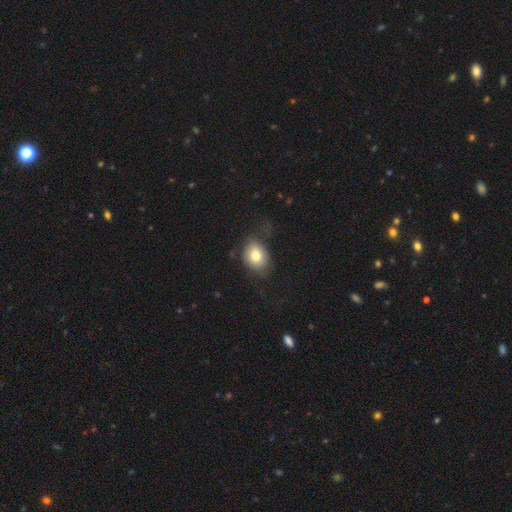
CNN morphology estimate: Smooth or featured: smooth — 78% (featured or disk — 13%)
How rounded: in between — 67% (round — 32%)
Merging: none — 58% (minor disturbance — 26%)